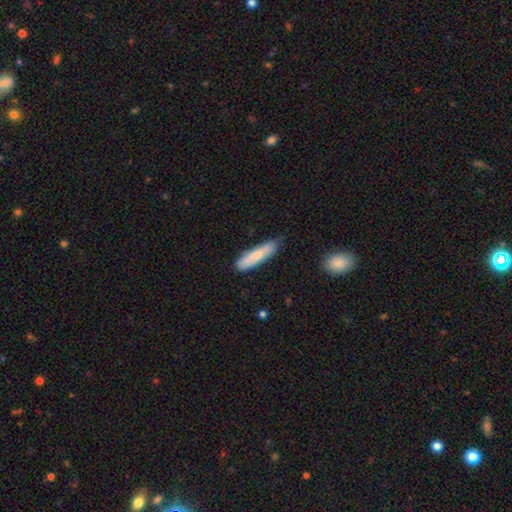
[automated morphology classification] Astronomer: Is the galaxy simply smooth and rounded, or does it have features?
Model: smooth — 74%.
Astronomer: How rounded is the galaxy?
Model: cigar-shaped — 74%.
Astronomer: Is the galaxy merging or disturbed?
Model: none — 75%.